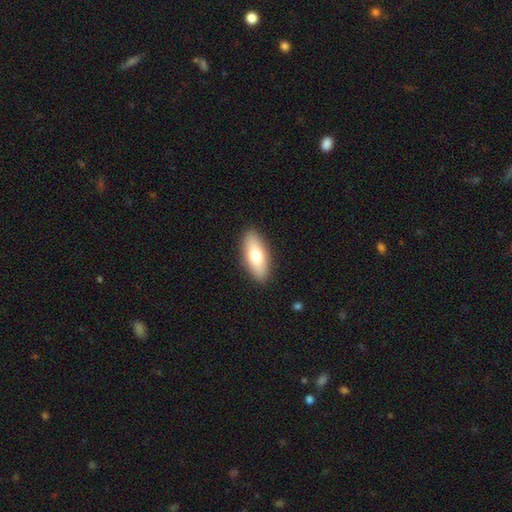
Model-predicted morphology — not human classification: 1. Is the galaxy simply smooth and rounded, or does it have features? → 73% smooth, 21% featured or disk, 6% star or artifact.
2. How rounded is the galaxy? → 78% in between, 19% cigar-shaped, 3% round.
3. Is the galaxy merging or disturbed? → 89% none, 8% minor disturbance, 2% major disturbance, 1% merger.